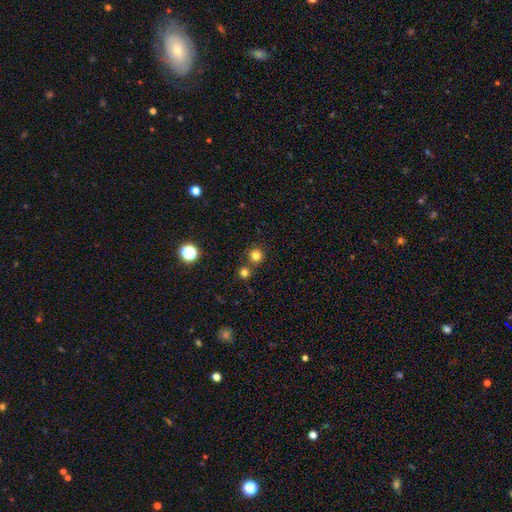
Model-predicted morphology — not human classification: Overall: smooth (80%). How rounded: round (94%). Merging: none (76%).